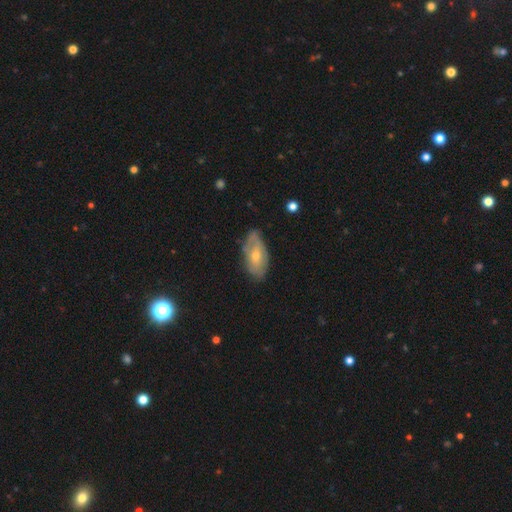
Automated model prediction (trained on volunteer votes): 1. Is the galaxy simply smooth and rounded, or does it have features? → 51% featured or disk, 42% smooth, 8% star or artifact.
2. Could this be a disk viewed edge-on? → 86% no, 14% yes.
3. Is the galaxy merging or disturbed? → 68% none, 25% minor disturbance, 5% major disturbance, 2% merger.